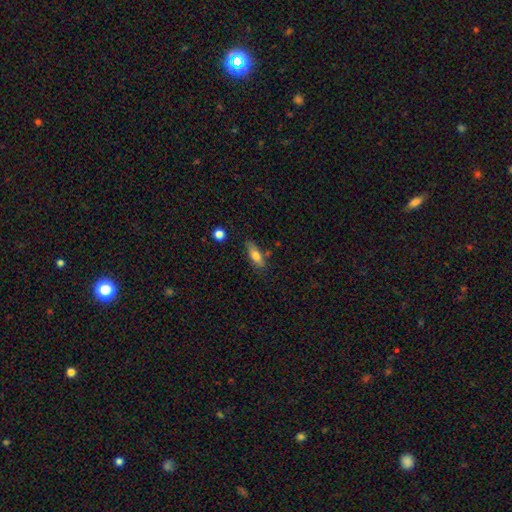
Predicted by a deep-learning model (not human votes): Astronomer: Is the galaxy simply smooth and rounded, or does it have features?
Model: smooth — 71%.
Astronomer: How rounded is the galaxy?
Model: in between — 56% (runner-up: cigar-shaped, 41%).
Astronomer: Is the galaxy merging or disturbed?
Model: none — 73%.